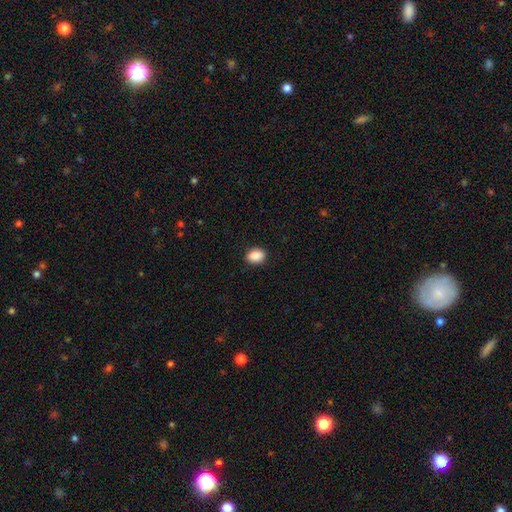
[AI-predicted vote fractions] Overall: smooth (90%). How rounded: in between (68%; round 31%). Merging: none (89%).